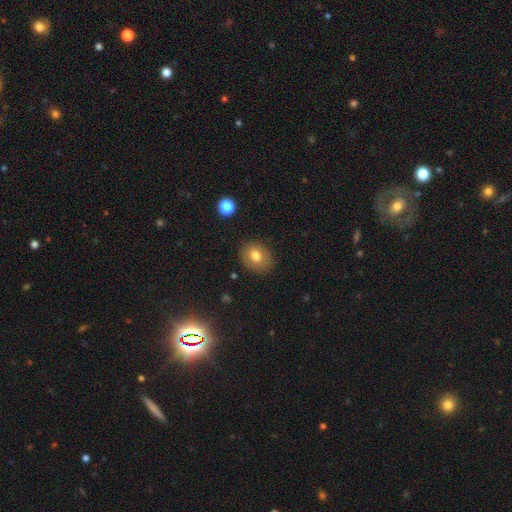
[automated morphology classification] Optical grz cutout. It shows a smooth galaxy with no disk features (76%) that is round (55%). Merging: none (84%).